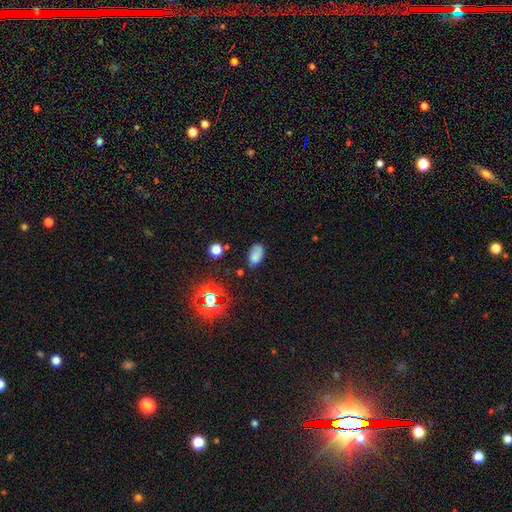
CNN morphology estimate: smooth-or-featured: smooth: 73% | star or artifact: 16% | featured or disk: 11%
  how-rounded: in between: 91% | round: 8% | cigar-shaped: 2%
  merging: none: 63% | minor disturbance: 25% | major disturbance: 8% | merger: 5%